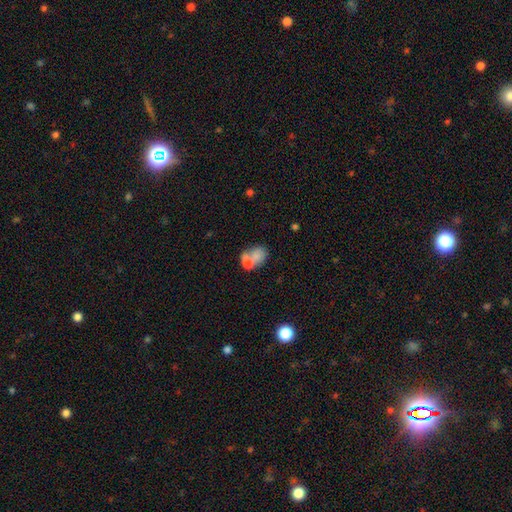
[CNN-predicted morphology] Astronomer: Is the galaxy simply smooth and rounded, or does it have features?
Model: smooth — 69%.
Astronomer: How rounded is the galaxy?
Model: in between — 58% (runner-up: round, 40%).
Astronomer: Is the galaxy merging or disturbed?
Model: merger — 58%.